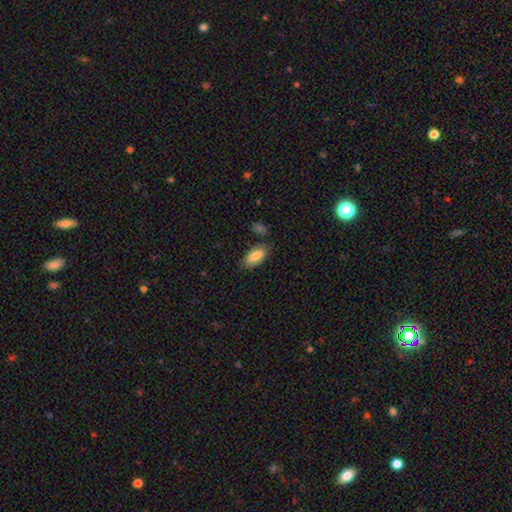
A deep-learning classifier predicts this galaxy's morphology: Q: Smooth or featured?
A: smooth (83%); runner-up: featured or disk (11%)
Q: How rounded?
A: in between (87%); runner-up: cigar-shaped (10%)
Q: Merging?
A: none (77%); runner-up: minor disturbance (15%)